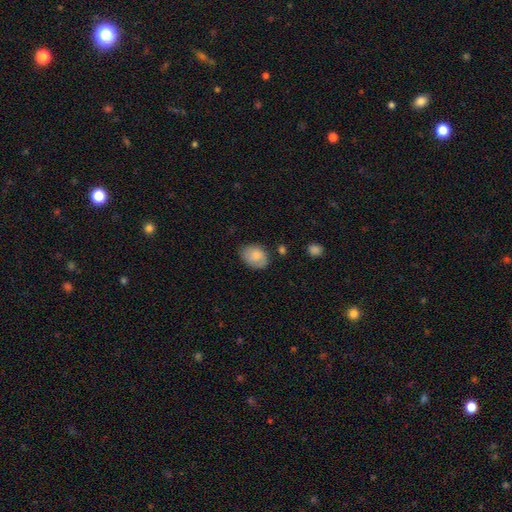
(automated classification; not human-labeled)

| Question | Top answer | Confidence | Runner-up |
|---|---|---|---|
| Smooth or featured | smooth | 81% | featured or disk (12%) |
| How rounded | in between | 72% | round (27%) |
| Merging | none | 70% | minor disturbance (23%) |